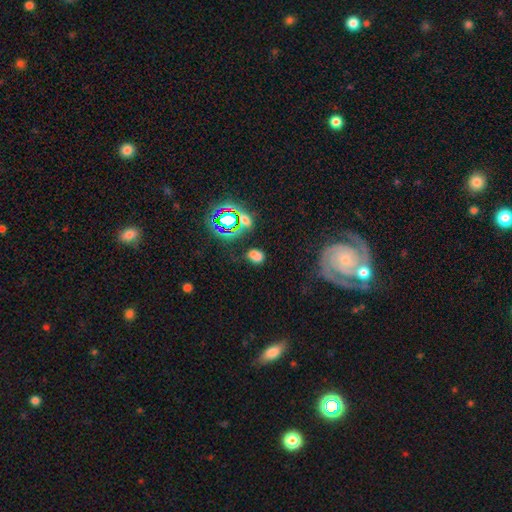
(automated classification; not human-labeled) Smooth or featured?
  - smooth: 62% *
  - star or artifact: 29%
  - featured or disk: 9%
How rounded?
  - in between: 65% *
  - round: 32%
  - cigar-shaped: 2%
Merging?
  - none: 64% *
  - minor disturbance: 18%
  - merger: 10%
  - major disturbance: 9%